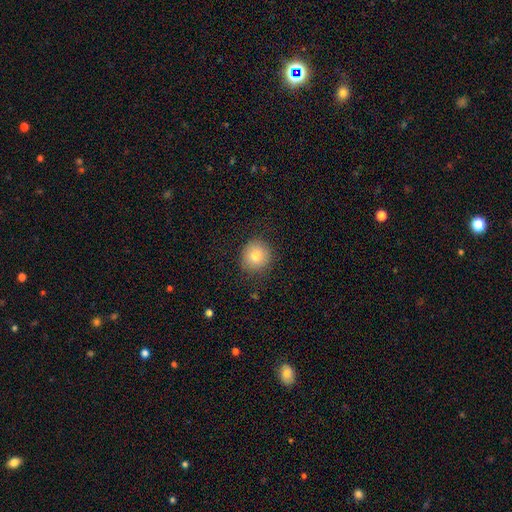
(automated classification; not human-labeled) This appears to be a smooth galaxy with no disk features (79%) that is round (91%). Merging: none (86%).